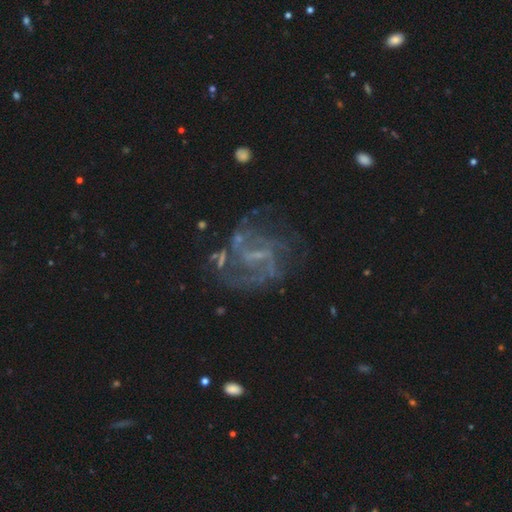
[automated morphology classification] A featured or disk galaxy (82%) with a weak bar (52%), 2 (47%) medium (46%) spiral arms (88%) and a small central bulge (47%).

Vote fractions:
- Smooth or featured? featured or disk: 82% / star or artifact: 11% / smooth: 7%
- Edge-on disk? no: 98% / yes: 2%
- Bar? weak: 52% / no: 27% / strong: 21%
- Spiral arms? yes: 88% / no: 12%
- Spiral winding? medium: 46% / loose: 33% / tight: 21%
- Spiral arm count? 2: 47% / can't tell: 23% / 3: 13% / 1: 6% / 4: 6% / more than 4: 5%
- Bulge size? small: 47% / none: 40% / moderate: 11% / large: 1% / dominant: 1%
- Merging? none: 59% / major disturbance: 19% / minor disturbance: 17% / merger: 5%